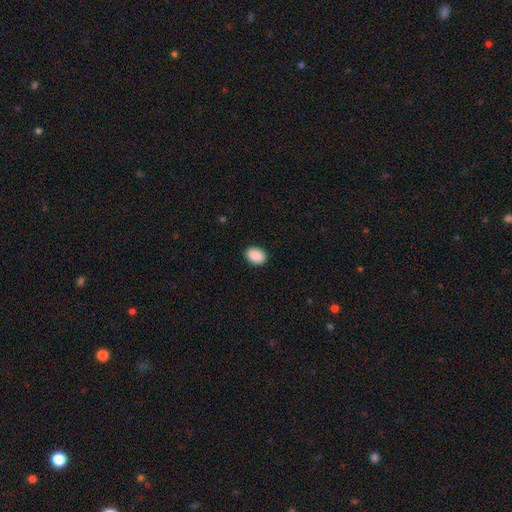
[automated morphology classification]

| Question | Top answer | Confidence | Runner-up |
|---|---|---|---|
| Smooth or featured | smooth | 91% | star or artifact (7%) |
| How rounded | in between | 78% | round (21%) |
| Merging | none | 90% | minor disturbance (7%) |